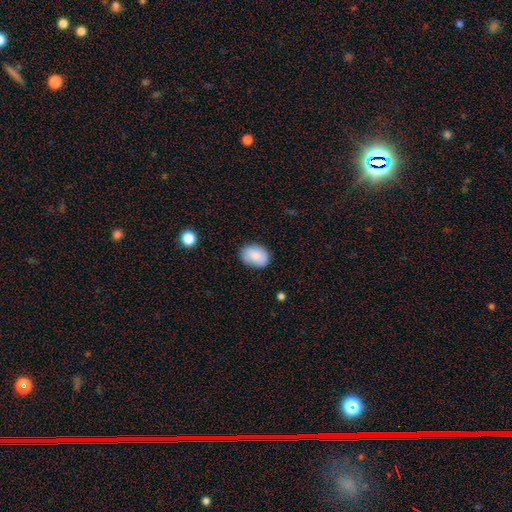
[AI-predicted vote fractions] Smooth or featured?
  - smooth: 85% *
  - featured or disk: 8%
  - star or artifact: 7%
How rounded?
  - in between: 72% *
  - round: 27%
  - cigar-shaped: 1%
Merging?
  - none: 80% *
  - minor disturbance: 15%
  - major disturbance: 3%
  - merger: 1%